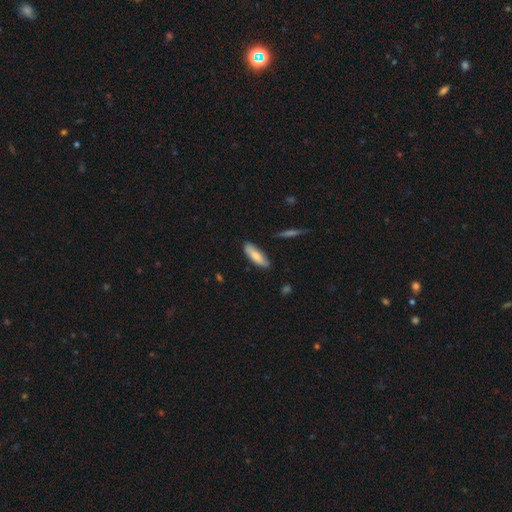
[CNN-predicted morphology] This is likely a smooth galaxy (75%). How rounded: possibly in between (55%). Merging: clearly none (84%).